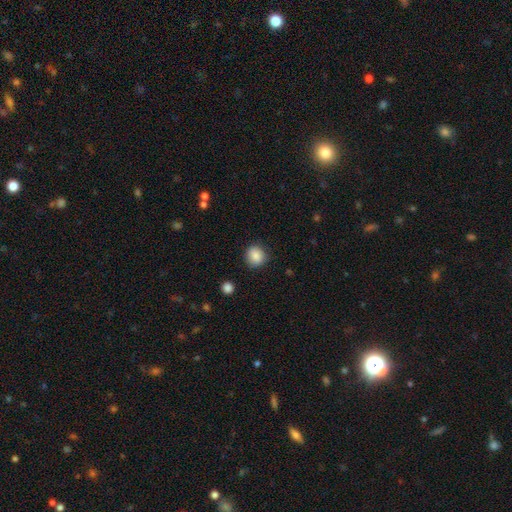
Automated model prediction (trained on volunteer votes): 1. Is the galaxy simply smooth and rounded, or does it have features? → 87% smooth, 9% star or artifact, 4% featured or disk.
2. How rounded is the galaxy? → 80% round, 19% in between, 1% cigar-shaped.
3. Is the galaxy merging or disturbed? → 85% none, 10% minor disturbance, 3% major disturbance, 1% merger.